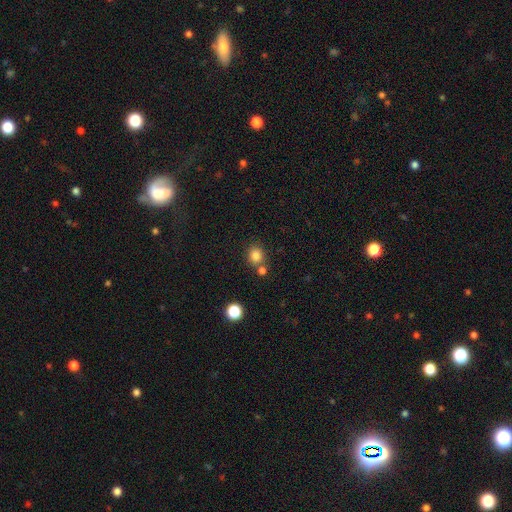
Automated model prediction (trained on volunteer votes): A smooth galaxy with no disk features (82%) that is round (82%).

Vote fractions:
- Smooth or featured? smooth: 82% / star or artifact: 12% / featured or disk: 6%
- How rounded? round: 82% / in between: 17% / cigar-shaped: 1%
- Merging? none: 69% / merger: 18% / minor disturbance: 10% / major disturbance: 3%